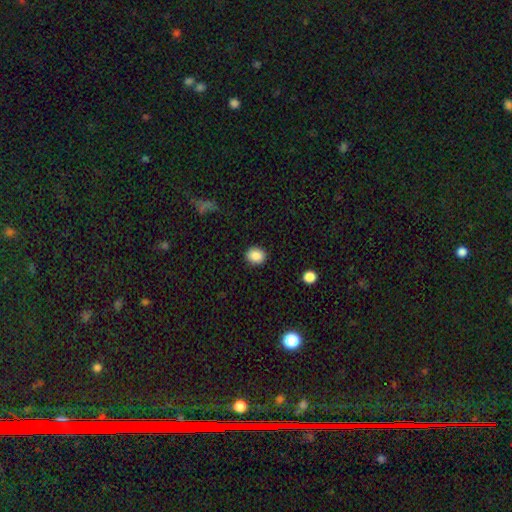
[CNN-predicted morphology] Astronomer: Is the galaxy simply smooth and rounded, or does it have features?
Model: smooth — 88%.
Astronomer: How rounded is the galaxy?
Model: round — 68%.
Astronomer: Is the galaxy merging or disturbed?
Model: none — 89%.